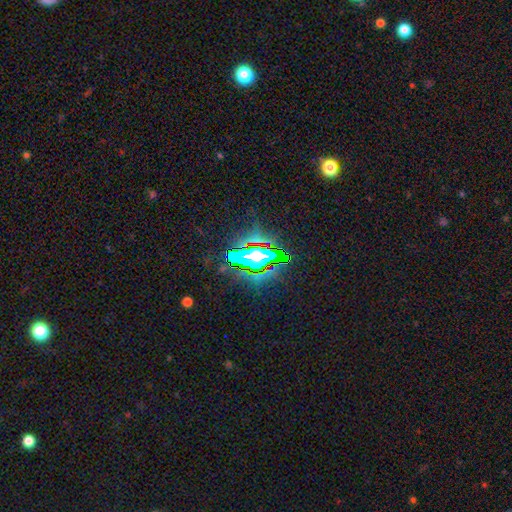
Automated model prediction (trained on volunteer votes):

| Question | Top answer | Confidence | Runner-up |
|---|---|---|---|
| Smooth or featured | star or artifact | 62% | smooth (23%) |